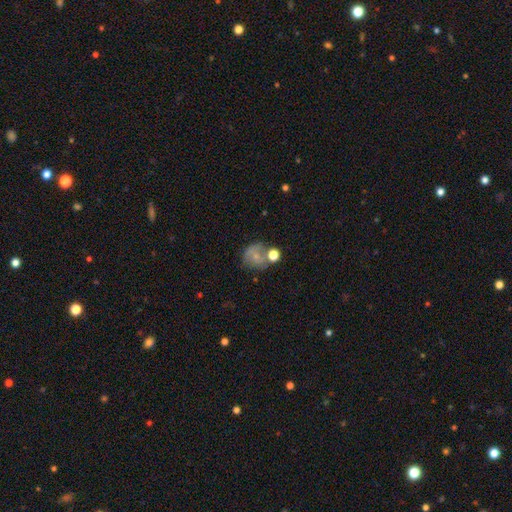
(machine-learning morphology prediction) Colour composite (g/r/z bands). It shows a smooth galaxy with no disk features (59%) that is round (77%). Merging: none (44%).